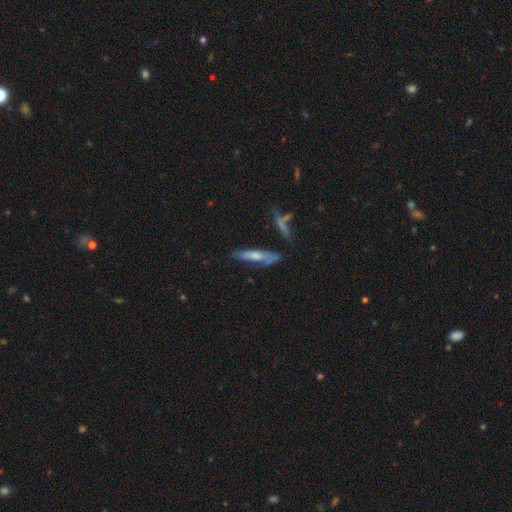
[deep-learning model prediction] This is possibly a smooth galaxy (58%). How rounded: likely cigar-shaped (75%). Merging: likely none (60%).